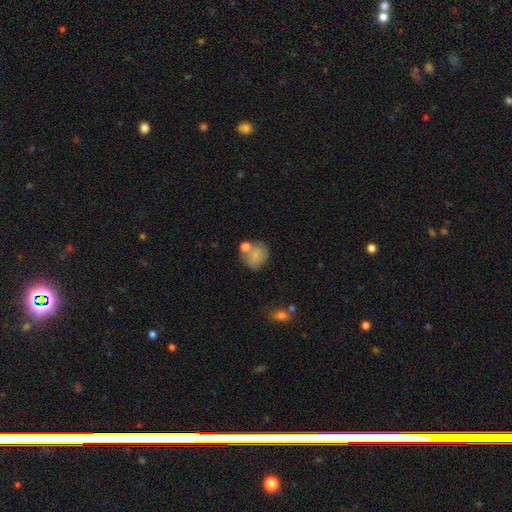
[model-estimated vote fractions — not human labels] smooth-or-featured: smooth: 76% | featured or disk: 15% | star or artifact: 9%
  how-rounded: round: 66% | in between: 33% | cigar-shaped: 1%
  merging: none: 50% | merger: 25% | minor disturbance: 18% | major disturbance: 7%